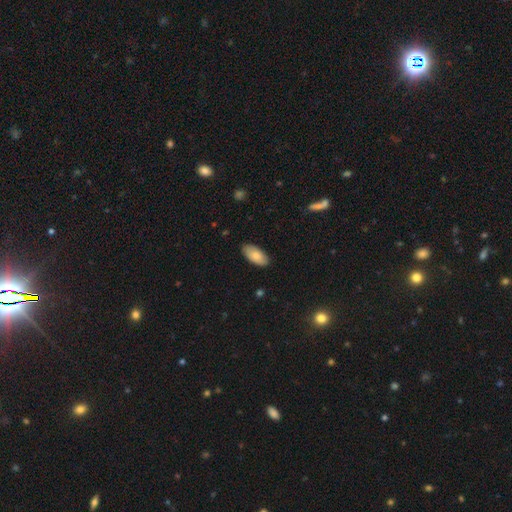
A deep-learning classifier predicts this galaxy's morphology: A smooth galaxy with no disk features (82%) that is in between round and cigar-shaped (93%). Merging: none (86%).